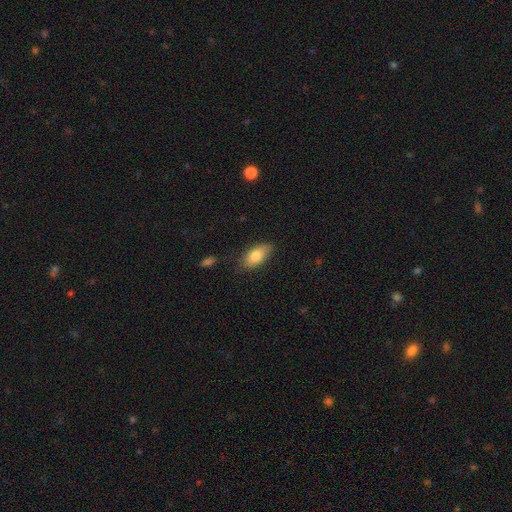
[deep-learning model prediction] This appears to be a smooth galaxy with no disk features (81%) that is in between round and cigar-shaped (91%). Merging: none (76%).